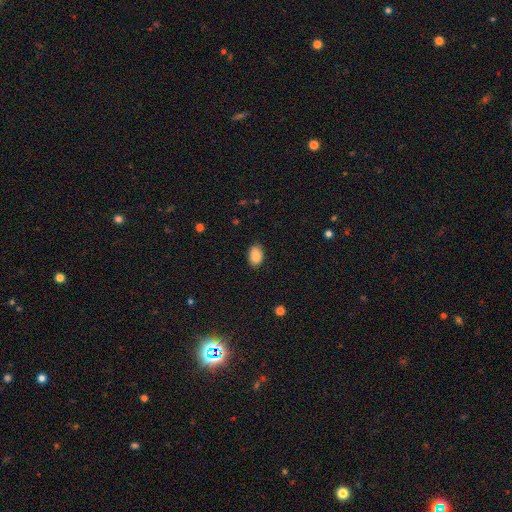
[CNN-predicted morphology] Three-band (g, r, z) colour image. It shows a smooth galaxy with no disk features (88%) that is in between round and cigar-shaped (86%). Merging: none (87%).